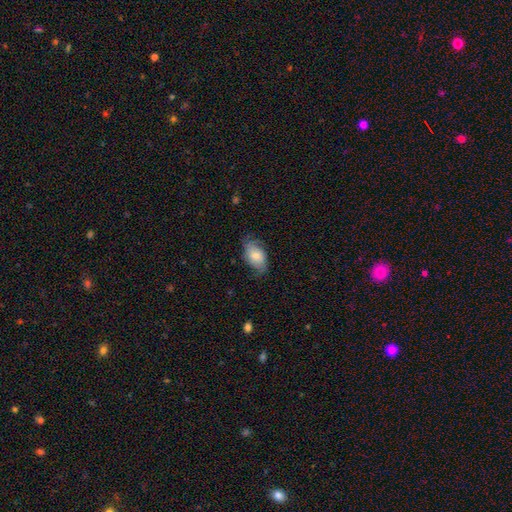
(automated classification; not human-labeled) Smooth or featured? smooth (61%)
How rounded? in between (90%)
Merging? none (62%)